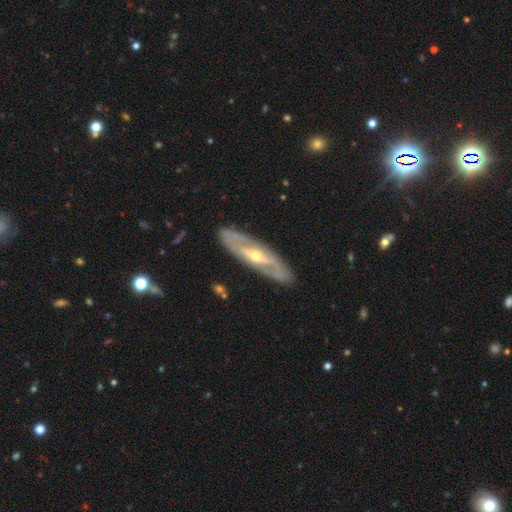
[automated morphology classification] Overall: featured or disk (78%). Edge-on disk: no (72%). Bar: no (35%; strong 33%). Spiral arms: yes (61%; no 39%). Bulge size: moderate (54%; small 41%). Merging: none (86%).